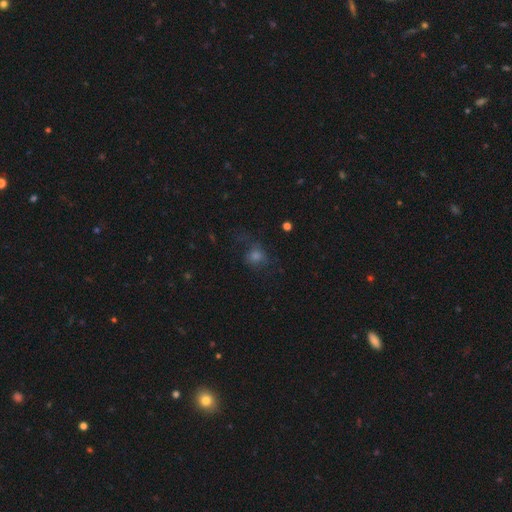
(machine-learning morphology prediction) Smooth or featured: smooth — 55% (star or artifact — 25%)
How rounded: round — 71% (in between — 28%)
Merging: none — 52% (major disturbance — 26%)